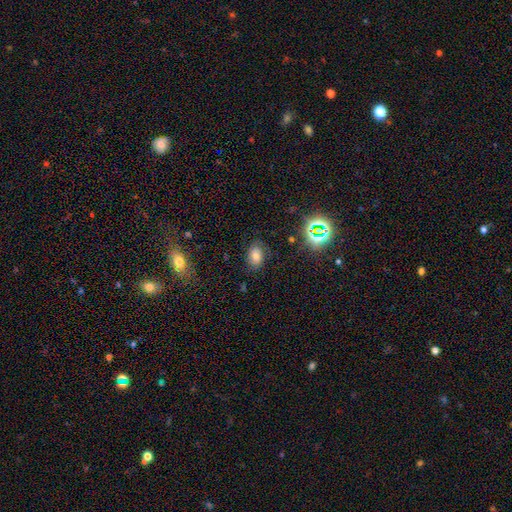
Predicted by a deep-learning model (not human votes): Smooth or featured? Predicted: smooth (p=0.62). How rounded? Predicted: in between (p=0.81). Merging? Predicted: none (p=0.77).